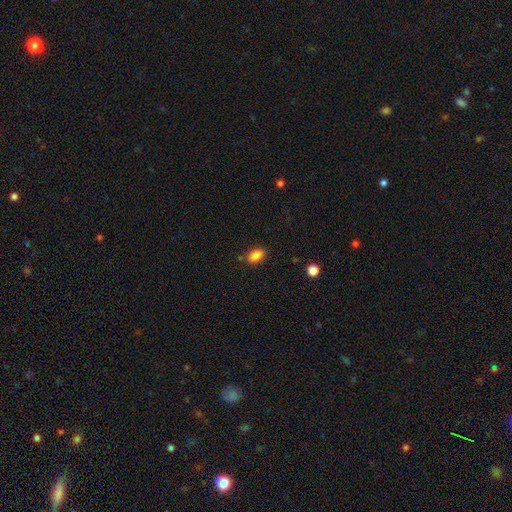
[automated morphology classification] A smooth galaxy with no disk features (85%) that is in between round and cigar-shaped (87%). Merging: none (83%).